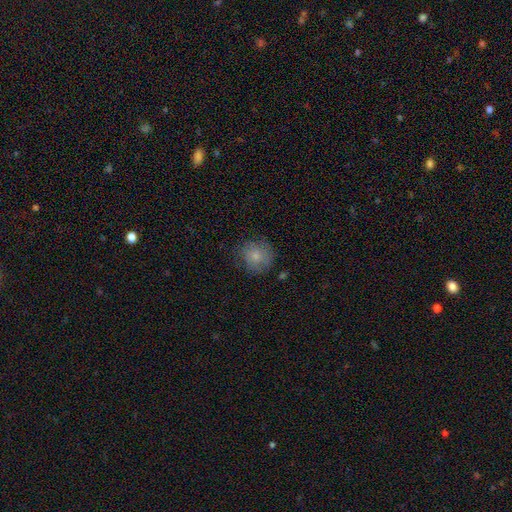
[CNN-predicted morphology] smooth 78%, featured or disk 14%, star or artifact 8%. Down the decision tree: how rounded — round (90%); merging — none (74%).